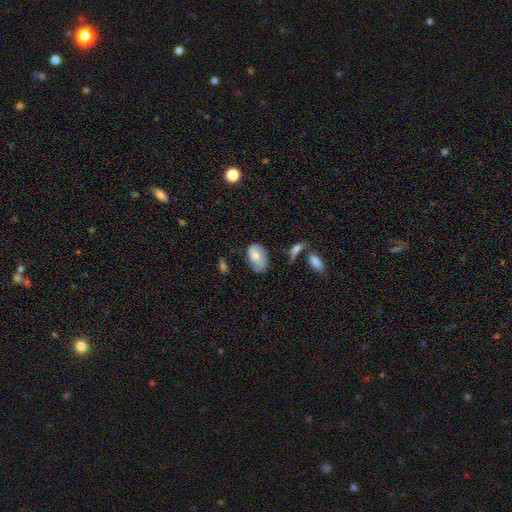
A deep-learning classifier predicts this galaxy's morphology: smooth_or_featured: smooth (p=0.68) [alt: featured or disk p=0.25]
how_rounded: in between (p=0.91) [alt: round p=0.08]
merging: none (p=0.53) [alt: minor disturbance p=0.32]